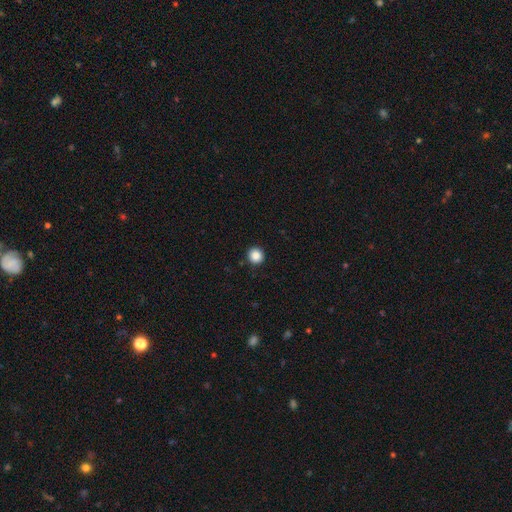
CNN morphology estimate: This appears to be a smooth galaxy with no disk features (86%) that is round (95%). Merging: none (93%).